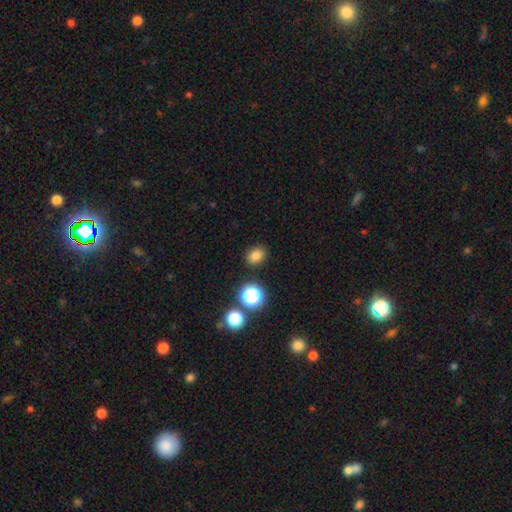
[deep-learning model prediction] Q: Smooth or featured?
A: smooth (79%); runner-up: star or artifact (16%)
Q: How rounded?
A: round (51%); runner-up: in between (48%)
Q: Merging?
A: none (86%); runner-up: minor disturbance (9%)